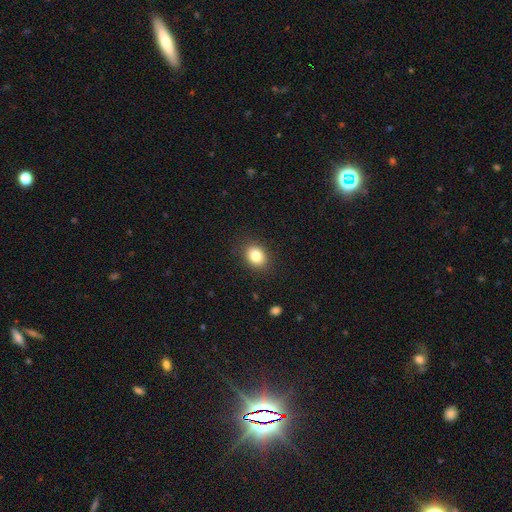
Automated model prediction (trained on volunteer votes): A smooth galaxy with no disk features (82%) that is in between round and cigar-shaped (50%).

Vote fractions:
- Smooth or featured? smooth: 82% / star or artifact: 10% / featured or disk: 8%
- How rounded? in between: 50% / round: 49% / cigar-shaped: 1%
- Merging? none: 88% / minor disturbance: 9% / major disturbance: 3% / merger: 1%